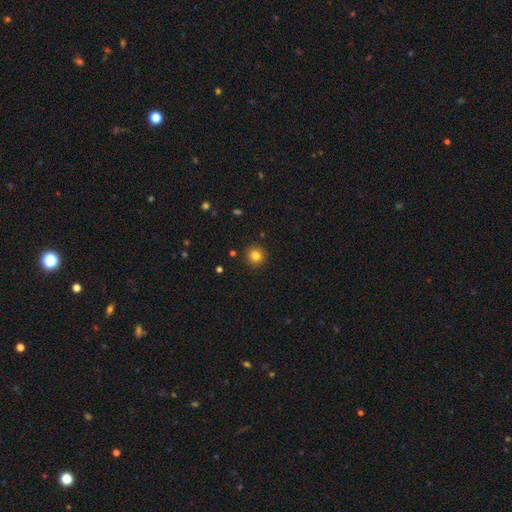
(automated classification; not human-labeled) Smooth or featured? smooth (82%)
How rounded? round (93%)
Merging? none (91%)